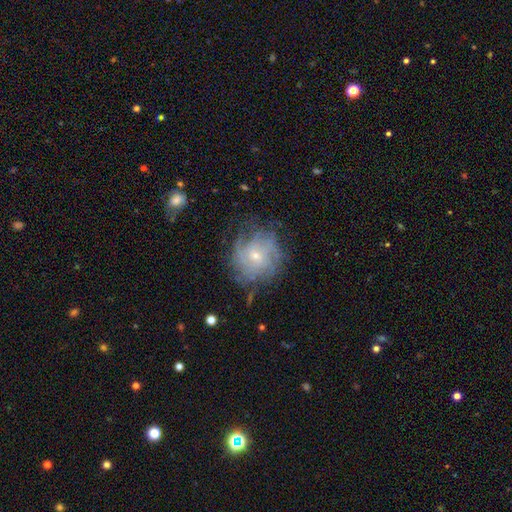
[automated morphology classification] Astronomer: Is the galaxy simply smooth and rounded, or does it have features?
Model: featured or disk — 68%.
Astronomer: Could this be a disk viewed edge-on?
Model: no — 96%.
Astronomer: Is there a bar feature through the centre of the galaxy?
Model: no — 75%.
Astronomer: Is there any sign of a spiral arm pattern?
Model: yes — 83%.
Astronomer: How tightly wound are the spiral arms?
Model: tight — 58%.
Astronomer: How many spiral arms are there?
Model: can't tell — 54%.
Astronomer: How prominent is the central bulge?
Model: small — 69%.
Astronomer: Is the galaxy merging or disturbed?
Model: none — 69%.